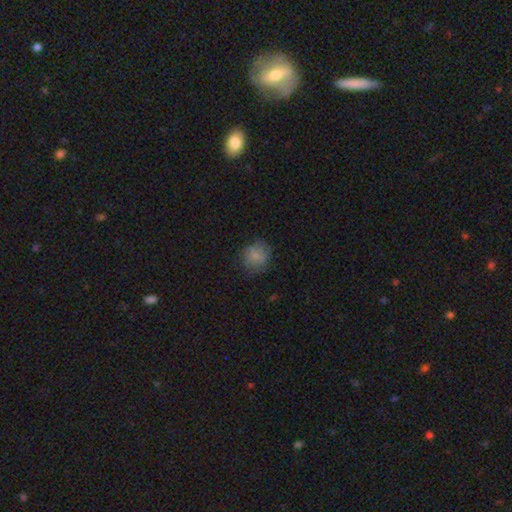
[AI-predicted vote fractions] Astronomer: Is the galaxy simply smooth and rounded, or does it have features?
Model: smooth — 78%.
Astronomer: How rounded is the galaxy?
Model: round — 80%.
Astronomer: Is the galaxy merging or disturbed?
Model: none — 73%.